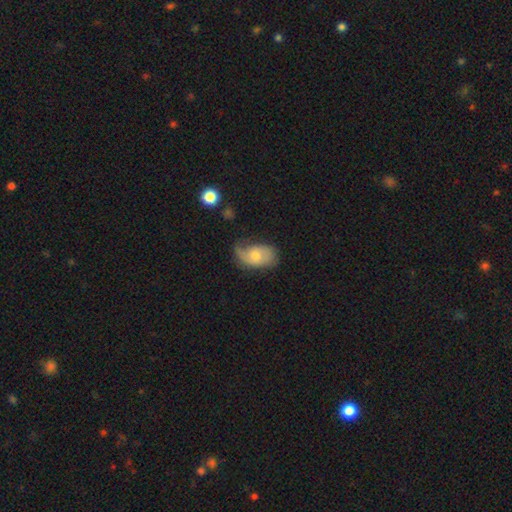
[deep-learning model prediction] The model was most divided on "bulge size": moderate: 51%, small: 39%, large: 5%, none: 4%, dominant: 1%. Remaining: edge-on disk — no (95%); spiral arms — yes (82%); bar — no (69%); smooth or featured — featured or disk (54%); merging — none (48%).